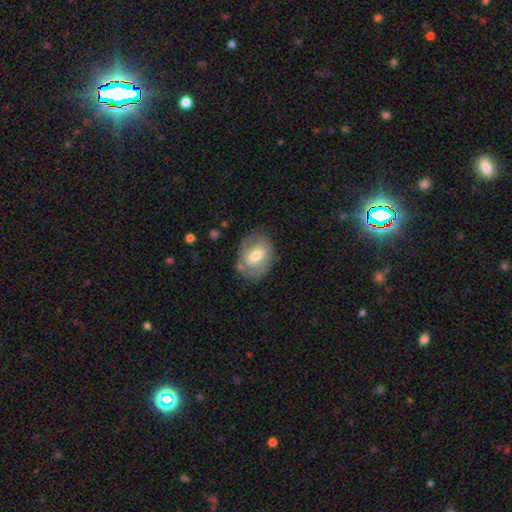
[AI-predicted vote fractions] Overall: smooth (49%; featured or disk 44%). Merging: none (68%).